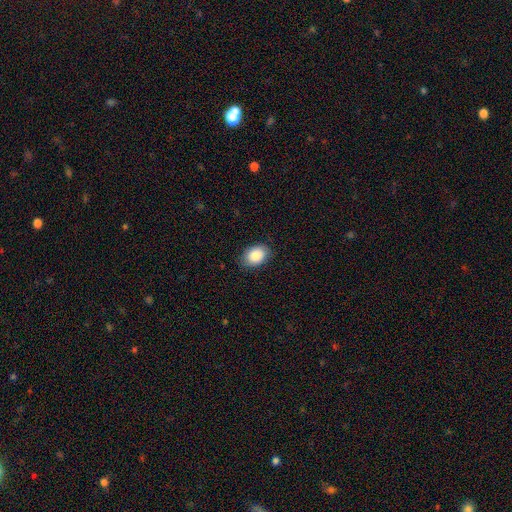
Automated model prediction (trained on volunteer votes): smooth 87%, star or artifact 7%, featured or disk 6%. Down the decision tree: how rounded — in between (76%); merging — none (84%).